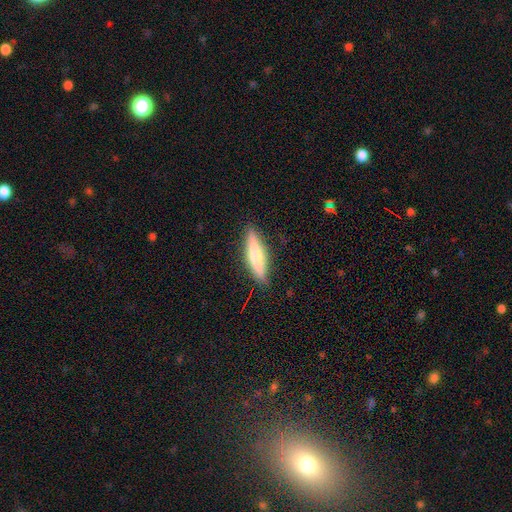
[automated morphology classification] Overall: smooth (57%; featured or disk 37%). How rounded: cigar-shaped (78%). Merging: none (87%).